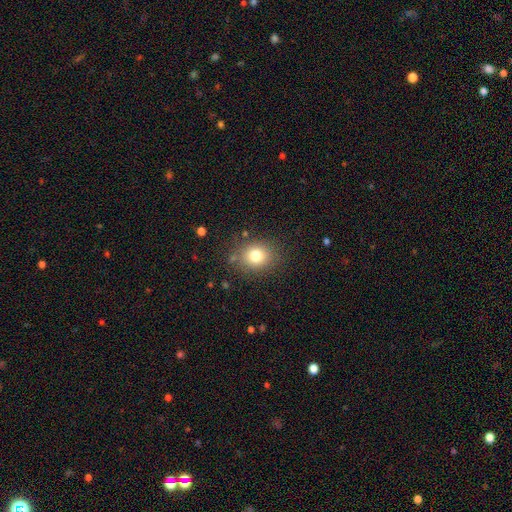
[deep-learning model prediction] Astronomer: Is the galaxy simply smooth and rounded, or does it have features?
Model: smooth — 78%.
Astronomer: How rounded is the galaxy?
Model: round — 68%.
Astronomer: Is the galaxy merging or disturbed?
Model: none — 82%.